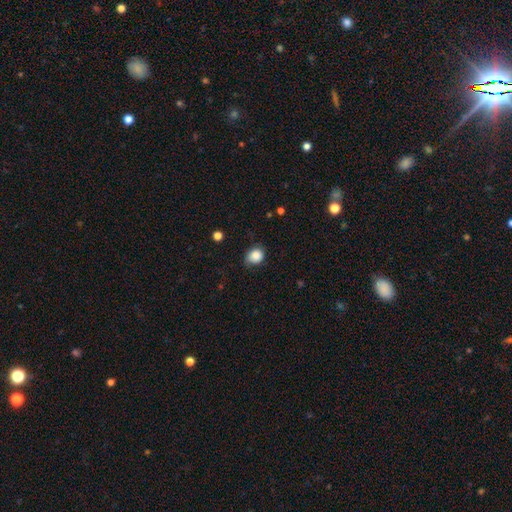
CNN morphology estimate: smooth 85%, star or artifact 9%, featured or disk 6%. Down the decision tree: how rounded — round (64%); merging — none (66%).